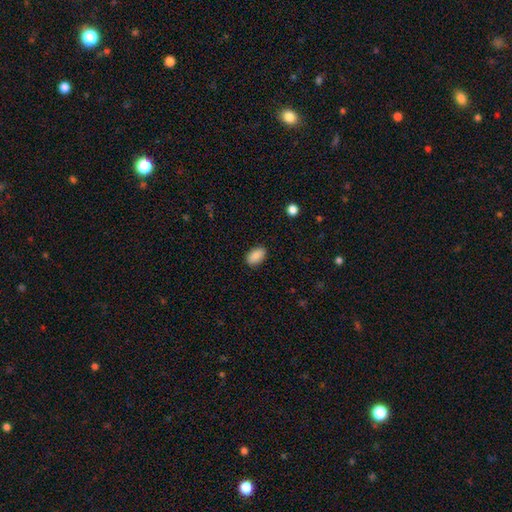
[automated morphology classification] The model was most divided on "merging": none: 88%, minor disturbance: 9%, major disturbance: 2%, merger: 1%. More confident: how rounded — in between (92%); smooth or featured — smooth (89%).